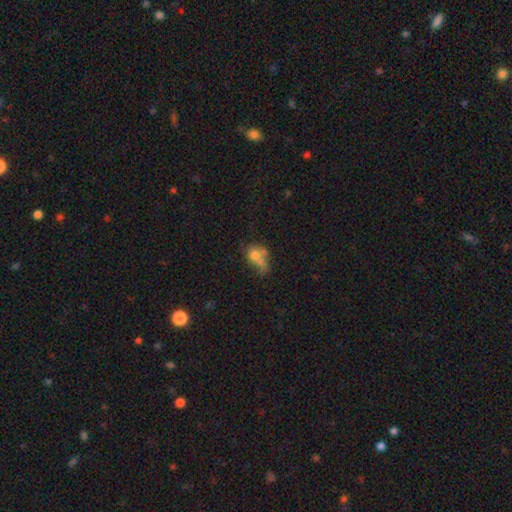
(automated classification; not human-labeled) smooth_or_featured: smooth (p=0.63) [alt: featured or disk p=0.23]
how_rounded: in between (p=0.50) [alt: round p=0.47]
merging: merger (p=0.44) [alt: none p=0.24]